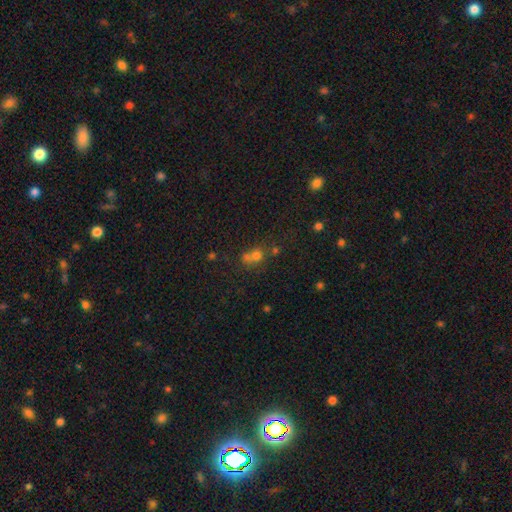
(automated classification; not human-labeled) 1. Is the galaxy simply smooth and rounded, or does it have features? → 65% smooth, 21% star or artifact, 14% featured or disk.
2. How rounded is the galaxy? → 79% round, 20% in between, 1% cigar-shaped.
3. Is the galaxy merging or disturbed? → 47% merger, 39% none, 9% minor disturbance, 5% major disturbance.